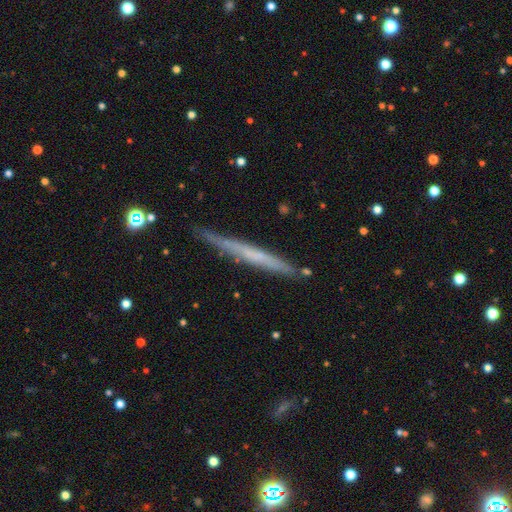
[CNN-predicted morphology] The model was most divided on "smooth or featured": featured or disk: 52%, smooth: 41%, star or artifact: 7%. More confident: edge-on disk — yes (95%); merging — none (80%).